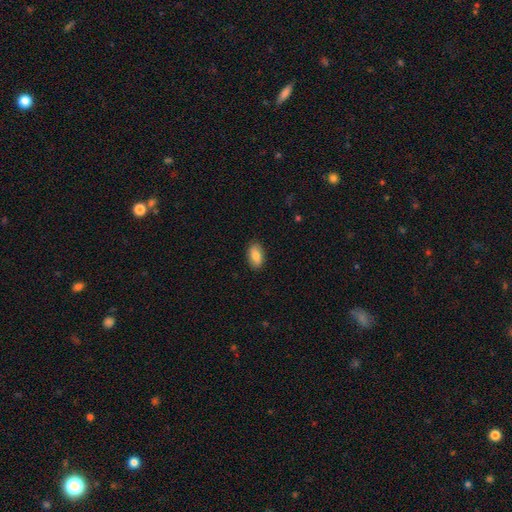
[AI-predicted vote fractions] This is clearly a smooth galaxy (84%). How rounded: clearly in between (93%). Merging: clearly none (88%).